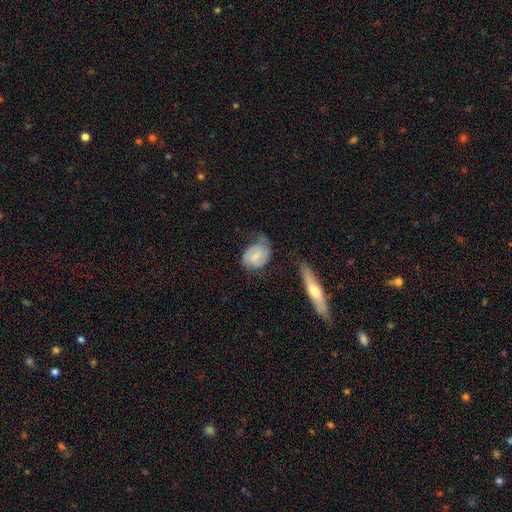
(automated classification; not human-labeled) Q: Smooth or featured?
A: featured or disk (56%); runner-up: smooth (38%)
Q: Edge-on disk?
A: no (96%); runner-up: yes (4%)
Q: Bar?
A: weak (49%); runner-up: no (40%)
Q: Spiral arms?
A: yes (88%); runner-up: no (12%)
Q: Bulge size?
A: small (52%); runner-up: moderate (30%)
Q: Merging?
A: none (50%); runner-up: minor disturbance (29%)